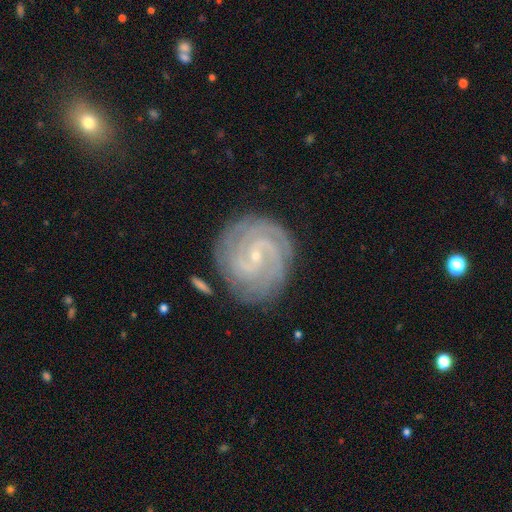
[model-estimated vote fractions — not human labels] featured or disk 90%, star or artifact 5%, smooth 5%. Down the decision tree: edge-on disk — no (98%); bar — no (46%); spiral arms — yes (98%); spiral arm count — 2 (30%); spiral winding — tight (78%); bulge size — small (87%); merging — none (81%).